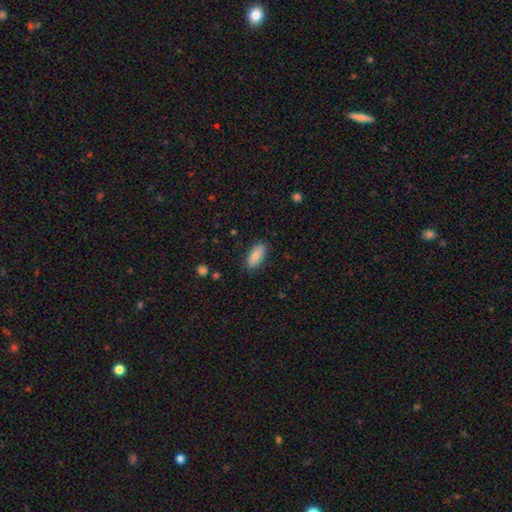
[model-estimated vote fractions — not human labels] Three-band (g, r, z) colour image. It shows a smooth galaxy with no disk features (80%) that is in between round and cigar-shaped (90%). Merging: none (83%).